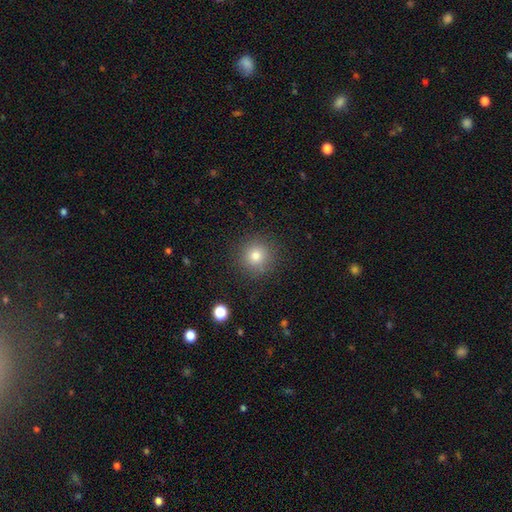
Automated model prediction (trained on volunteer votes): Smooth or featured? smooth (80%)
How rounded? round (94%)
Merging? none (89%)